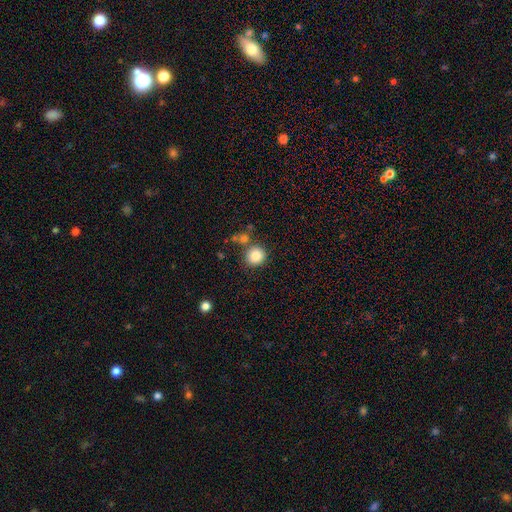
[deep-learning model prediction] Overall: smooth (85%). How rounded: round (90%). Merging: none (76%).